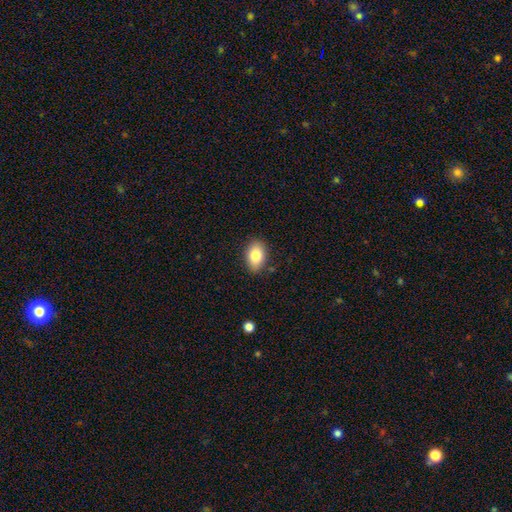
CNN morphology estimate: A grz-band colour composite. It shows a smooth galaxy with no disk features (82%) that is in between round and cigar-shaped (86%). Merging: none (85%).